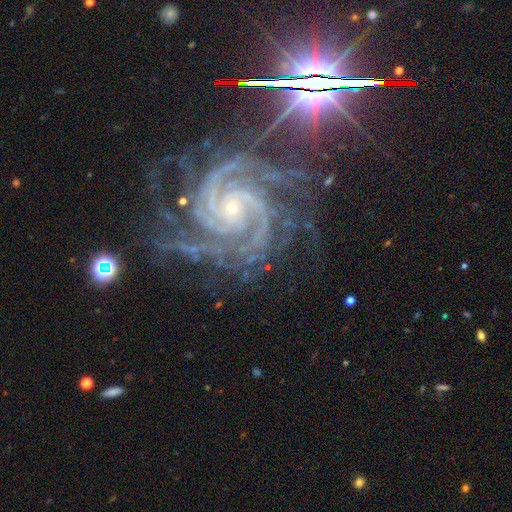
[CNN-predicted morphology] This appears to be a featured or disk galaxy (90%) with no bar (65%), 3 (27%) tight (72%) spiral arms (99%) and a small central bulge (82%). Merging: none (66%).